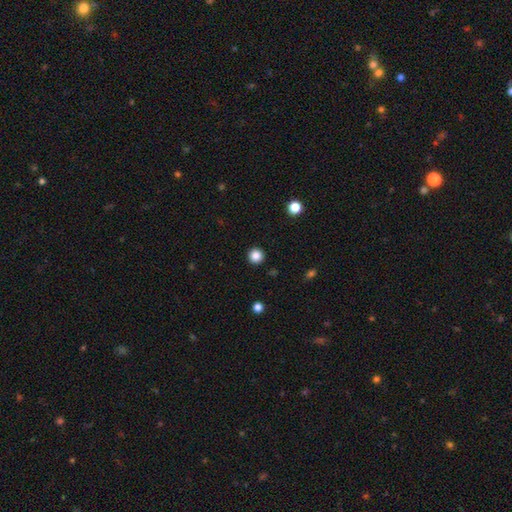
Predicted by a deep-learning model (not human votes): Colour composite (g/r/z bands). It shows a smooth galaxy with no disk features (86%) that is round (96%). Merging: none (93%).